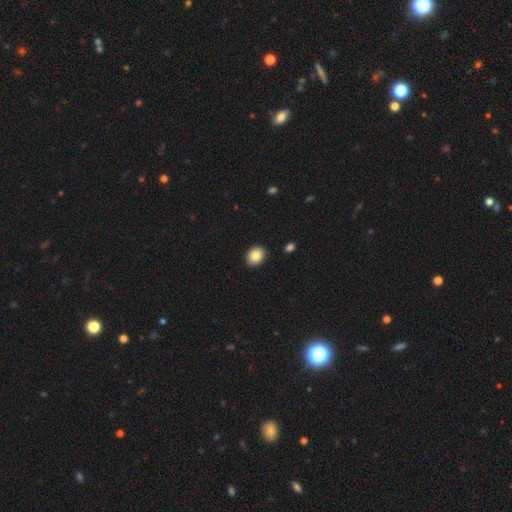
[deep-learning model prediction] smooth-or-featured: smooth: 84% | star or artifact: 8% | featured or disk: 8%
  how-rounded: in between: 60% | round: 39% | cigar-shaped: 1%
  merging: none: 90% | minor disturbance: 7% | major disturbance: 2% | merger: 1%